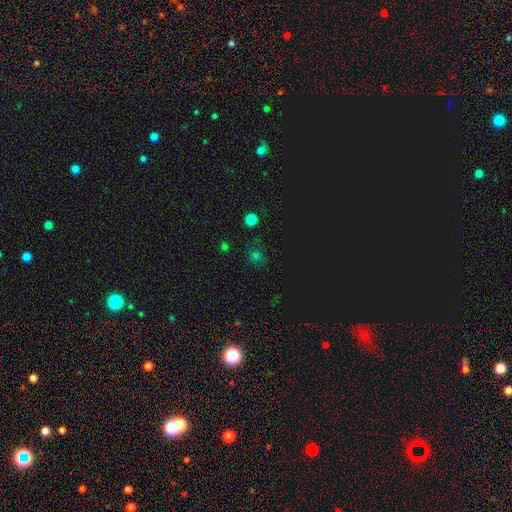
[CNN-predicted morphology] Q: Smooth or featured?
A: smooth (47%); runner-up: star or artifact (45%)
Q: Merging?
A: none (79%); runner-up: minor disturbance (13%)